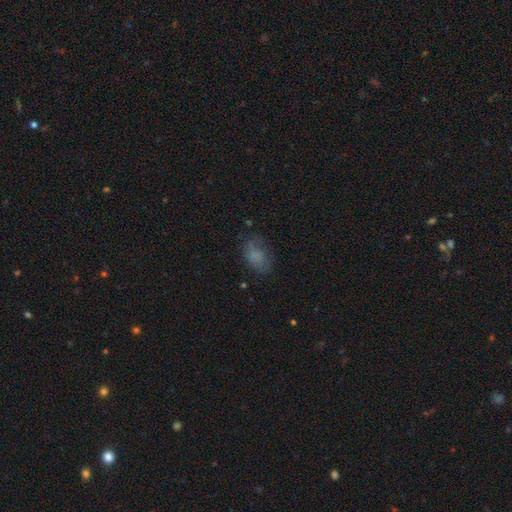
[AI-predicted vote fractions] smooth_or_featured: smooth (p=0.66) [alt: featured or disk p=0.20]
how_rounded: in between (p=0.85) [alt: round p=0.13]
merging: none (p=0.58) [alt: minor disturbance p=0.24]